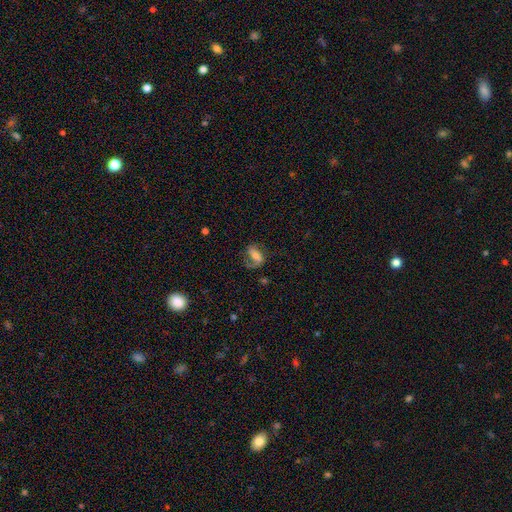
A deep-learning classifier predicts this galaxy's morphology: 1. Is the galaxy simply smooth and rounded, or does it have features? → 56% featured or disk, 35% smooth, 9% star or artifact.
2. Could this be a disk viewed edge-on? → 94% no, 6% yes.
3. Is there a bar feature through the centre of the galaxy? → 37% strong, 34% weak, 28% no.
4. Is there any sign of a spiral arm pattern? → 82% yes, 18% no.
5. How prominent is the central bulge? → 38% moderate, 32% small, 15% large, 12% none, 3% dominant.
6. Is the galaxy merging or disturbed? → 50% none, 26% major disturbance, 20% minor disturbance, 3% merger.